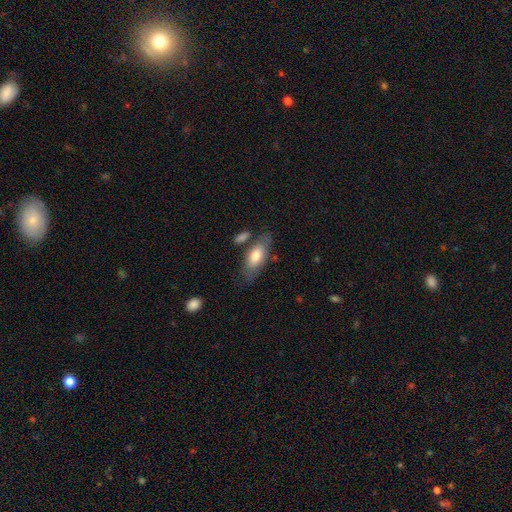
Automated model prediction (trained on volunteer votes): Overall: smooth (73%). How rounded: in between (82%). Merging: none (69%).